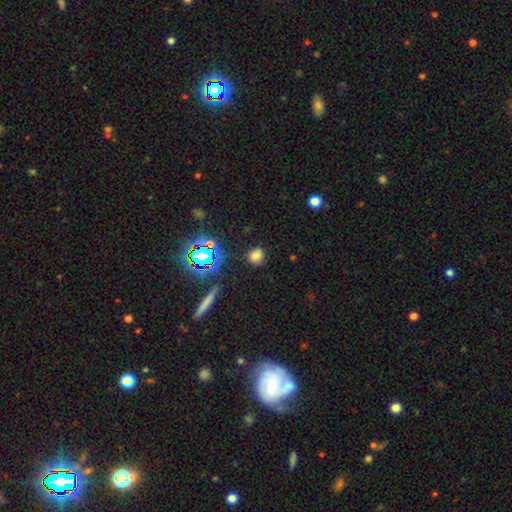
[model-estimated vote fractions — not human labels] This is likely a smooth galaxy (71%). How rounded: clearly round (81%). Merging: clearly none (83%).